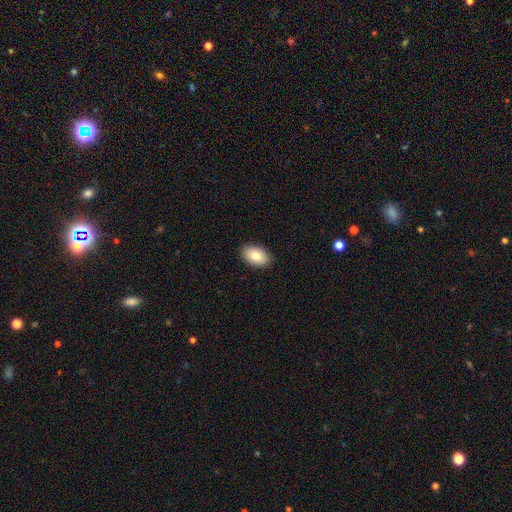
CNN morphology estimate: A smooth galaxy with no disk features (85%) that is in between round and cigar-shaped (93%). Merging: none (90%).